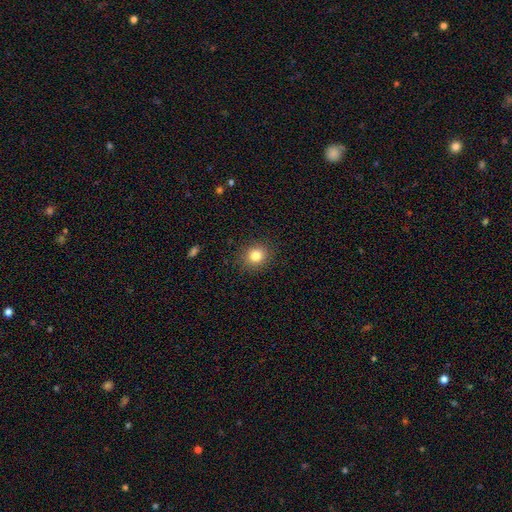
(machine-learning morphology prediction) smooth_or_featured: smooth (p=0.82) [alt: star or artifact p=0.11]
how_rounded: round (p=0.82) [alt: in between p=0.17]
merging: none (p=0.89) [alt: minor disturbance p=0.07]